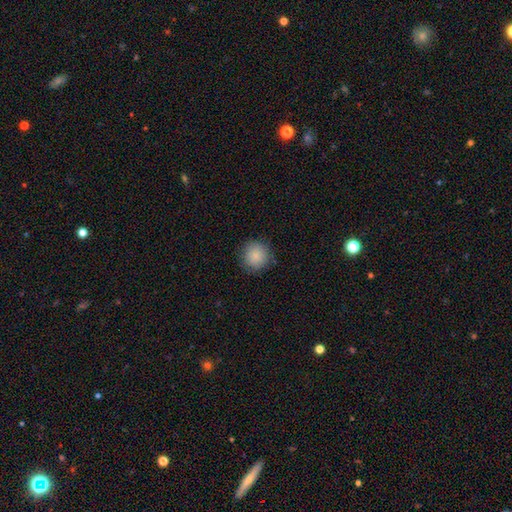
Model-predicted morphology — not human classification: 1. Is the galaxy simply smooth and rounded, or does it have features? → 87% smooth, 8% star or artifact, 5% featured or disk.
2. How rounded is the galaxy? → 92% round, 7% in between, 1% cigar-shaped.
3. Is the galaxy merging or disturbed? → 86% none, 10% minor disturbance, 3% major disturbance, 1% merger.